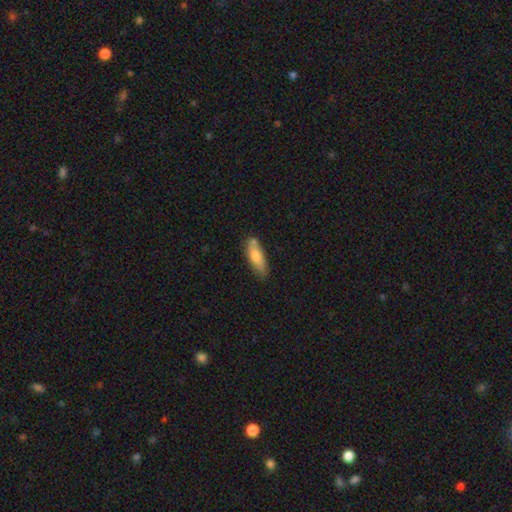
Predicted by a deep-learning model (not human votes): Smooth or featured?
  - smooth: 73% *
  - featured or disk: 20%
  - star or artifact: 6%
How rounded?
  - in between: 57% *
  - cigar-shaped: 41%
  - round: 2%
Merging?
  - none: 69% *
  - minor disturbance: 19%
  - merger: 9%
  - major disturbance: 3%